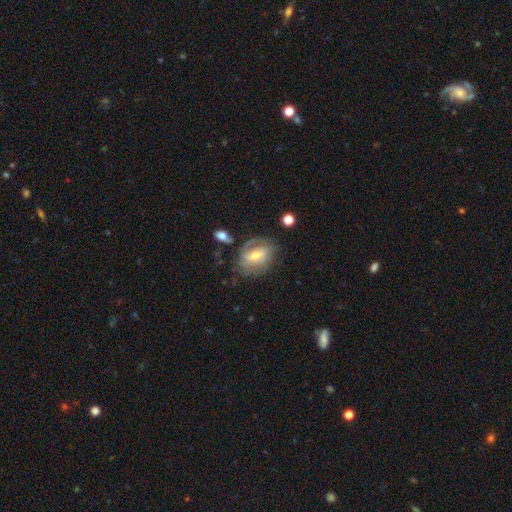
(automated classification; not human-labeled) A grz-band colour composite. It shows a featured or disk galaxy (63%) with a weak bar (45%), spiral arms (73%) and a moderate central bulge (58%). Merging: none (59%).